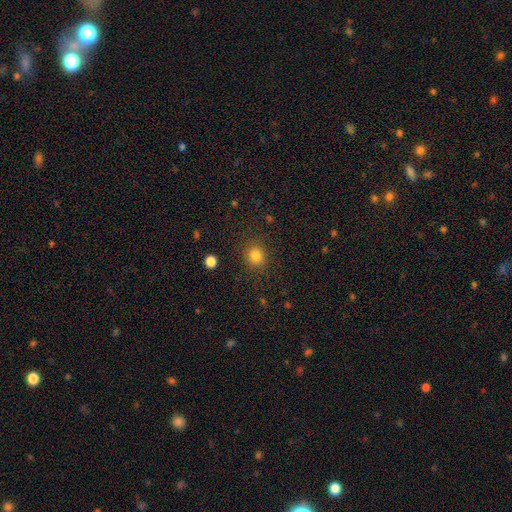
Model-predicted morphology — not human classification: This appears to be a smooth galaxy with no disk features (82%) that is round (76%). Merging: none (87%).